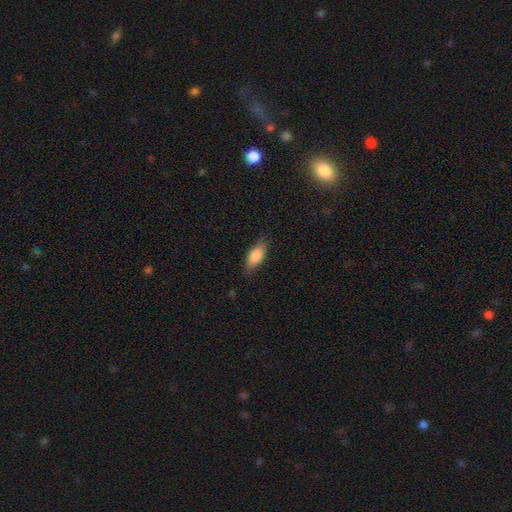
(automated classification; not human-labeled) Morphology: type=smooth (84%); roundness=in between (84%); merging=none (79%).